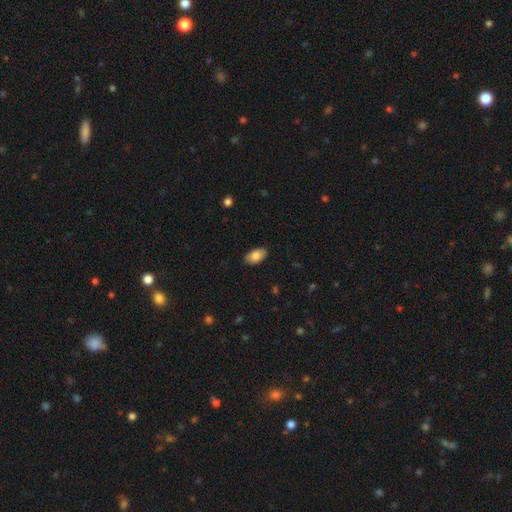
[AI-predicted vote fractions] A smooth galaxy with no disk features (84%) that is in between round and cigar-shaped (93%). Merging: none (87%).